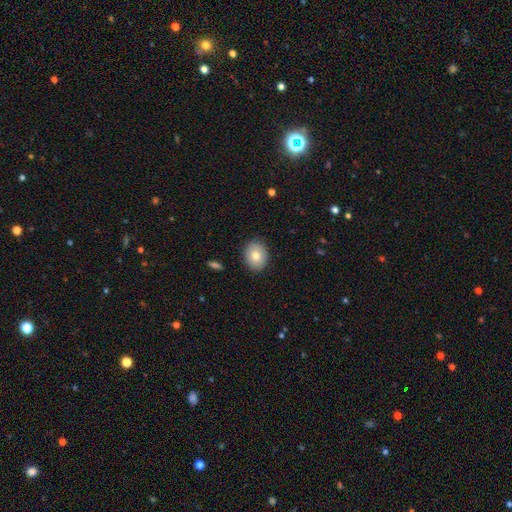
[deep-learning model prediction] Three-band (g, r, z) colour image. It shows a smooth galaxy with no disk features (78%) that is round (50%). Merging: none (89%).